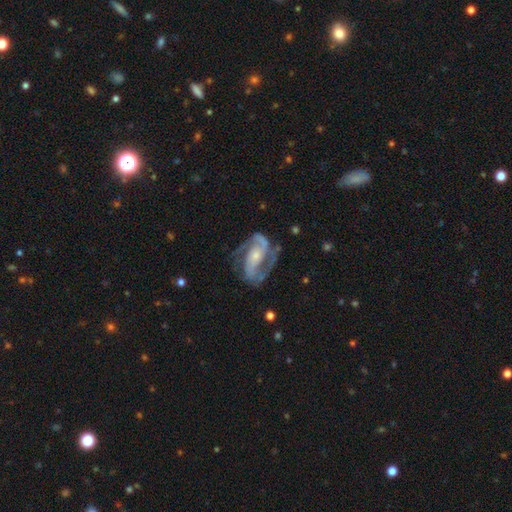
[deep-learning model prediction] Smooth or featured: featured or disk — 90% (smooth — 5%)
Edge-on disk: no — 97% (yes — 3%)
Bar: no — 40% (weak — 32%)
Spiral arms: yes — 97% (no — 3%)
Spiral winding: medium — 54% (tight — 30%)
Spiral arm count: 2 — 87% (3 — 4%)
Bulge size: small — 57% (moderate — 33%)
Merging: none — 68% (minor disturbance — 18%)